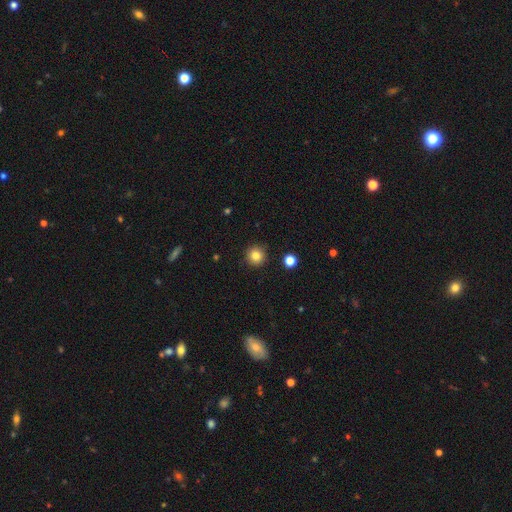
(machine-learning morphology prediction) A smooth galaxy with no disk features (83%) that is round (95%). Merging: none (91%).